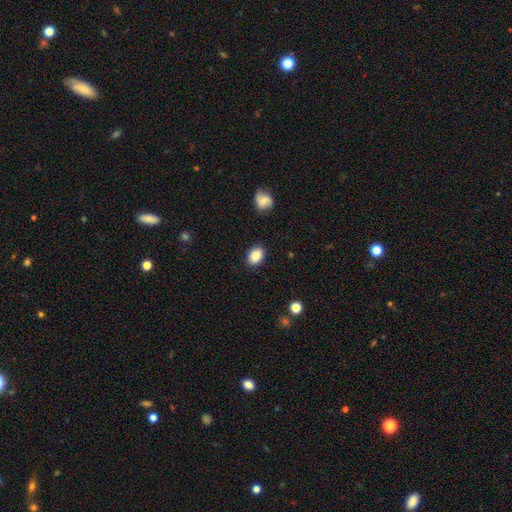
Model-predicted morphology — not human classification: smooth_or_featured: smooth (p=0.89) [alt: star or artifact p=0.08]
how_rounded: in between (p=0.80) [alt: round p=0.19]
merging: none (p=0.86) [alt: minor disturbance p=0.10]